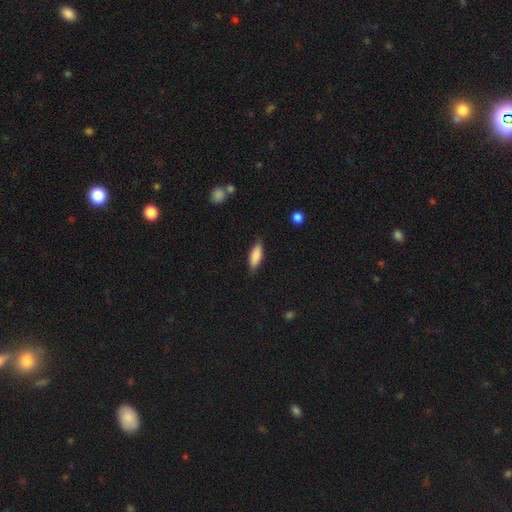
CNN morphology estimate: Q: Smooth or featured?
A: smooth (84%); runner-up: featured or disk (10%)
Q: How rounded?
A: in between (67%); runner-up: cigar-shaped (31%)
Q: Merging?
A: none (78%); runner-up: minor disturbance (18%)